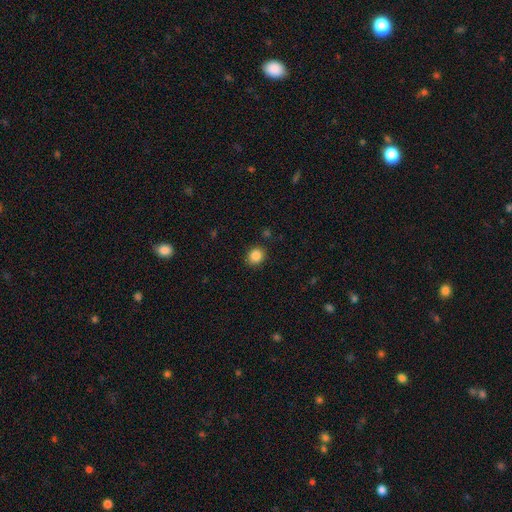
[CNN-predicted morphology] This is clearly a smooth galaxy (86%). How rounded: likely round (76%). Merging: clearly none (88%).